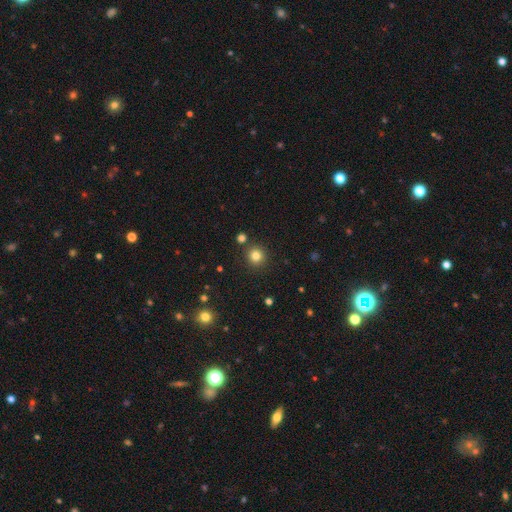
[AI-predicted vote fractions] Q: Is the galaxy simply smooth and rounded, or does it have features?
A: smooth — 81%.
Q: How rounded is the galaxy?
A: round — 94%.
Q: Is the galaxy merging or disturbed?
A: none — 87%.